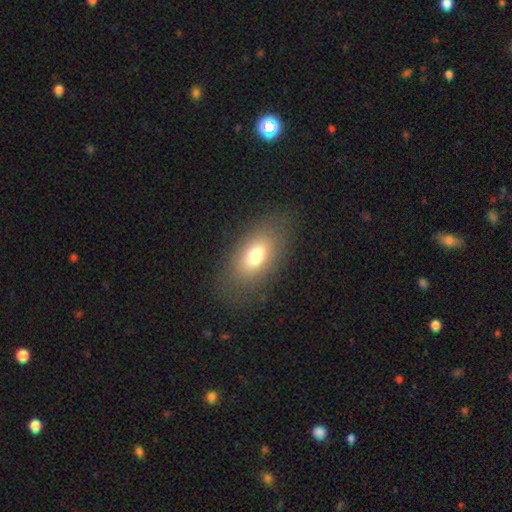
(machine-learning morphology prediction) smooth-or-featured: smooth: 73% | featured or disk: 16% | star or artifact: 11%
  how-rounded: in between: 87% | round: 10% | cigar-shaped: 3%
  merging: none: 80% | minor disturbance: 12% | major disturbance: 7% | merger: 1%